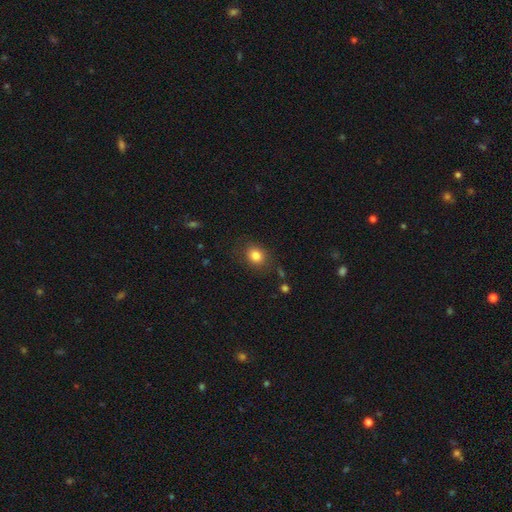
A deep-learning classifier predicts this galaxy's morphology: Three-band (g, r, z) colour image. It shows a smooth galaxy with no disk features (83%) that is round (63%). Merging: none (81%).